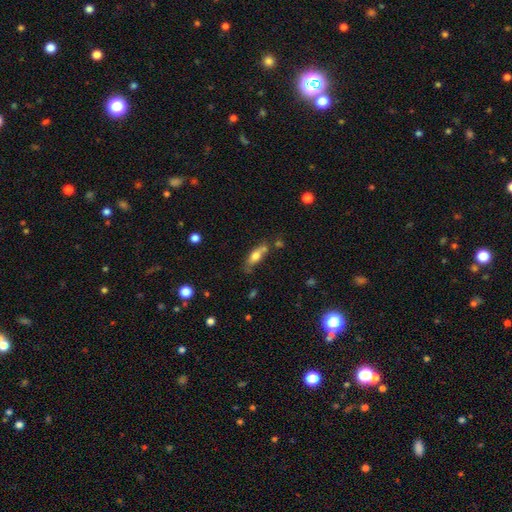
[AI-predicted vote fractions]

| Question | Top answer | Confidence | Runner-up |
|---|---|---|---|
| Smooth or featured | smooth | 67% | featured or disk (24%) |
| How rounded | in between | 63% | cigar-shaped (33%) |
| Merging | none | 51% | minor disturbance (22%) |